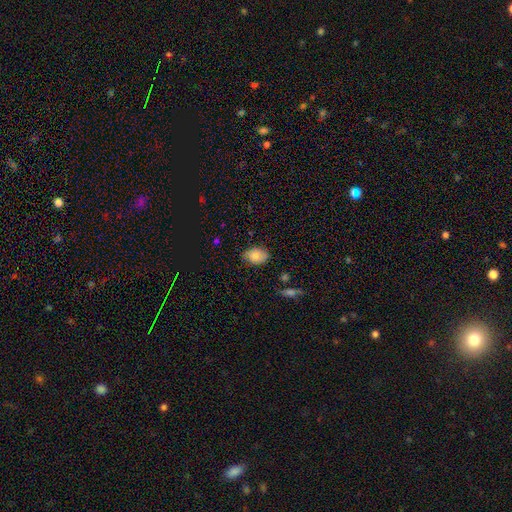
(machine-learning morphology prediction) A smooth galaxy with no disk features (79%) that is in between round and cigar-shaped (77%). Merging: none (72%).